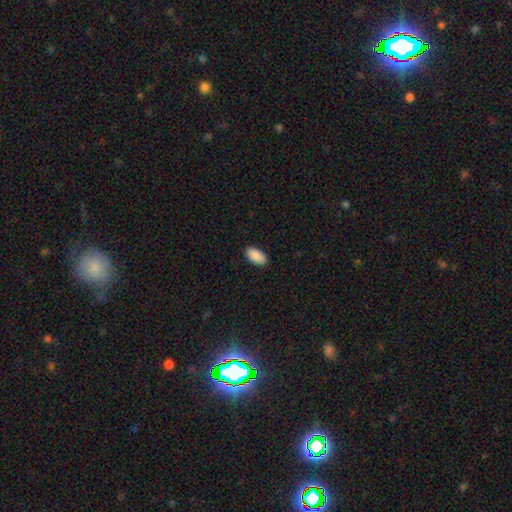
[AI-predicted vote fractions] Q: Smooth or featured?
A: smooth (91%); runner-up: star or artifact (6%)
Q: How rounded?
A: in between (95%); runner-up: cigar-shaped (3%)
Q: Merging?
A: none (89%); runner-up: minor disturbance (8%)